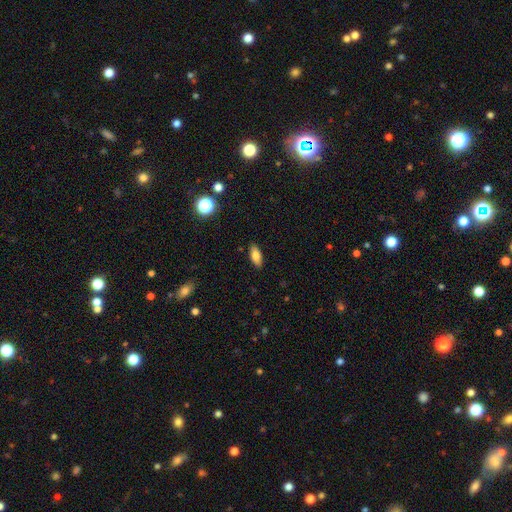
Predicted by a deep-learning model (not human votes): A smooth galaxy with no disk features (78%) that is in between round and cigar-shaped (83%).

Vote fractions:
- Smooth or featured? smooth: 78% / featured or disk: 13% / star or artifact: 8%
- How rounded? in between: 83% / cigar-shaped: 14% / round: 3%
- Merging? none: 89% / minor disturbance: 8% / major disturbance: 2% / merger: 1%